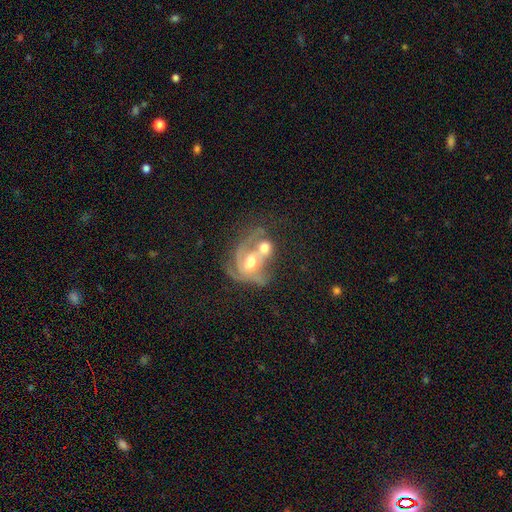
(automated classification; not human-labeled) Smooth or featured? featured or disk (68%)
Edge-on disk? no (96%)
Bar? no (66%)
Spiral arms? yes (67%)
Bulge size? moderate (68%)
Merging? merger (64%)